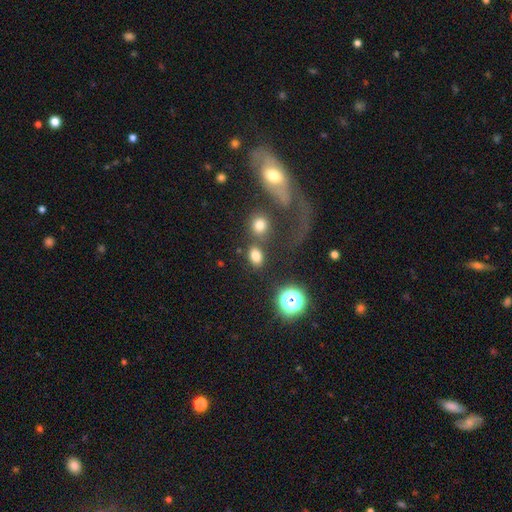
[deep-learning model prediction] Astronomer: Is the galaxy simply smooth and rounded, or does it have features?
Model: smooth — 78%.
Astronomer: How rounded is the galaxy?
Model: in between — 76%.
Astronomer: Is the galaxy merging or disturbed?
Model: none — 68%.